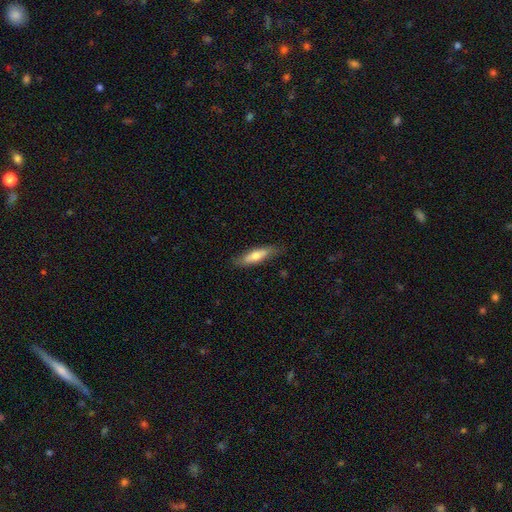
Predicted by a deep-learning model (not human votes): smooth-or-featured: smooth: 63% | featured or disk: 31% | star or artifact: 6%
  how-rounded: cigar-shaped: 69% | in between: 29% | round: 2%
  merging: none: 79% | minor disturbance: 16% | major disturbance: 3% | merger: 1%